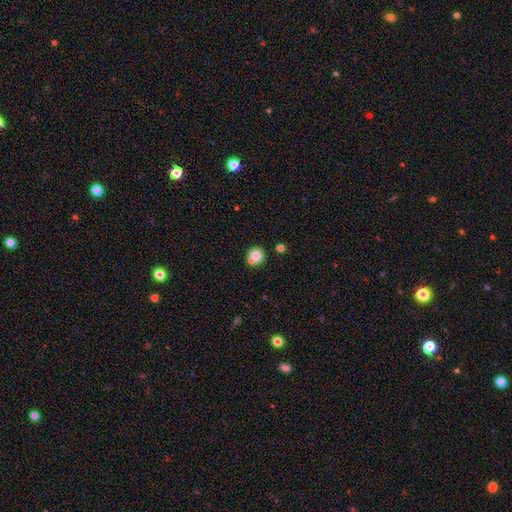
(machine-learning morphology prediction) Smooth or featured?
  - smooth: 75% *
  - featured or disk: 14%
  - star or artifact: 11%
How rounded?
  - round: 92% *
  - in between: 7%
  - cigar-shaped: 1%
Merging?
  - none: 65% *
  - merger: 25%
  - minor disturbance: 8%
  - major disturbance: 2%